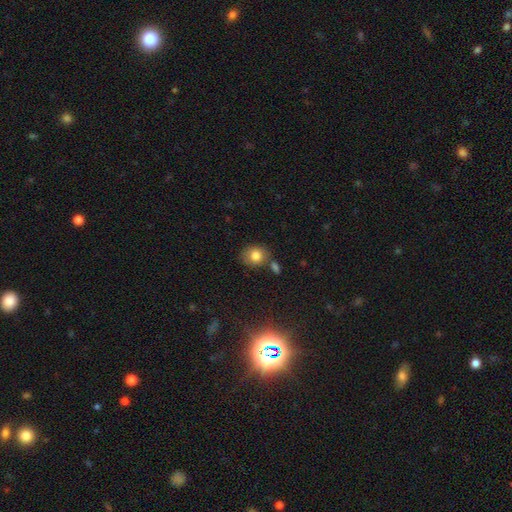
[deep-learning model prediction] This appears to be a smooth galaxy with no disk features (81%) that is round (71%). Merging: none (69%).